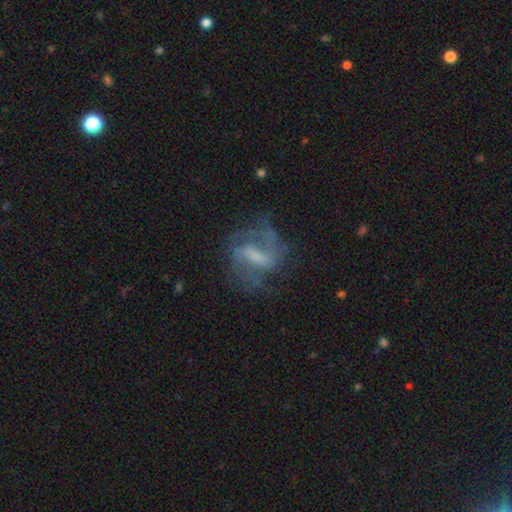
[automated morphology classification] Smooth or featured?
  - featured or disk: 73% *
  - smooth: 18%
  - star or artifact: 10%
Edge-on disk?
  - no: 94% *
  - yes: 6%
Bar?
  - strong: 46% *
  - weak: 39%
  - no: 15%
Spiral arms?
  - yes: 83% *
  - no: 17%
Spiral winding?
  - medium: 47% *
  - loose: 31%
  - tight: 23%
Spiral arm count?
  - 2: 65% *
  - can't tell: 19%
  - 1: 6%
  - 3: 6%
  - 4: 2%
  - more than 4: 2%
Bulge size?
  - none: 33% *
  - moderate: 28%
  - small: 28%
  - large: 10%
  - dominant: 2%
Merging?
  - none: 58% *
  - minor disturbance: 20%
  - major disturbance: 20%
  - merger: 2%